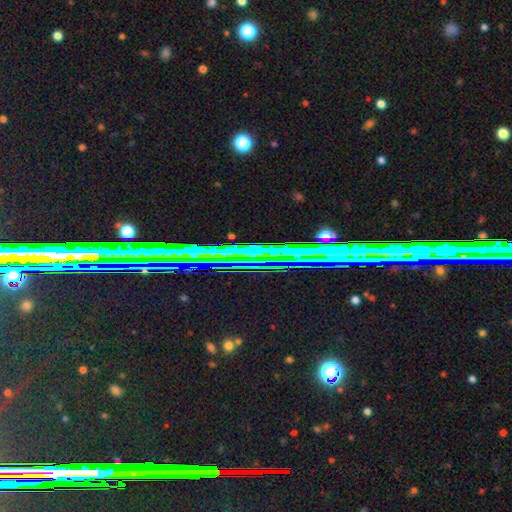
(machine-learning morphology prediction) A star or artifact, not a galaxy (62%).

Vote fractions:
- Smooth or featured? star or artifact: 62% / featured or disk: 23% / smooth: 15%